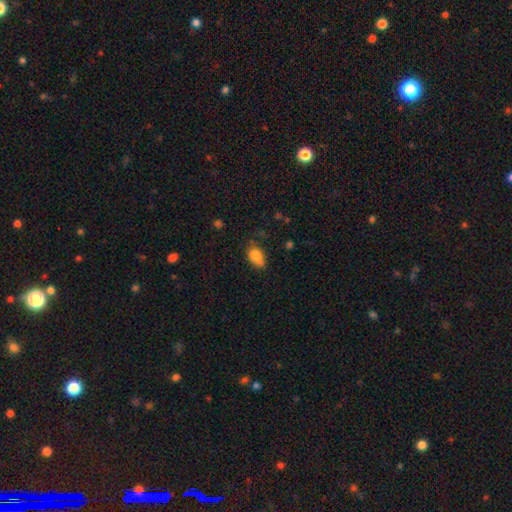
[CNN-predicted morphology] Q: Smooth or featured?
A: smooth (81%); runner-up: featured or disk (10%)
Q: How rounded?
A: in between (83%); runner-up: round (15%)
Q: Merging?
A: none (55%); runner-up: minor disturbance (33%)